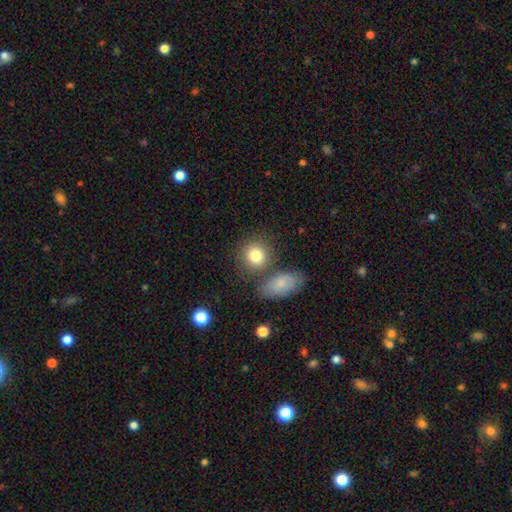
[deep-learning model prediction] This appears to be a smooth galaxy with no disk features (81%) that is round (80%). Merging: none (69%).